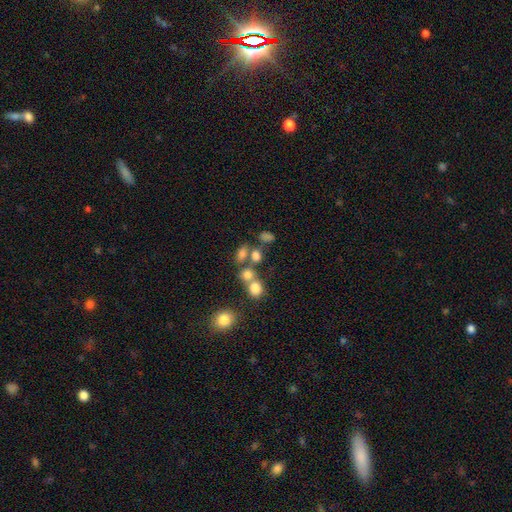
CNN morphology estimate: This appears to be a smooth galaxy with no disk features (70%) that is in between round and cigar-shaped (50%). Merging: merger (41%, tied with none).